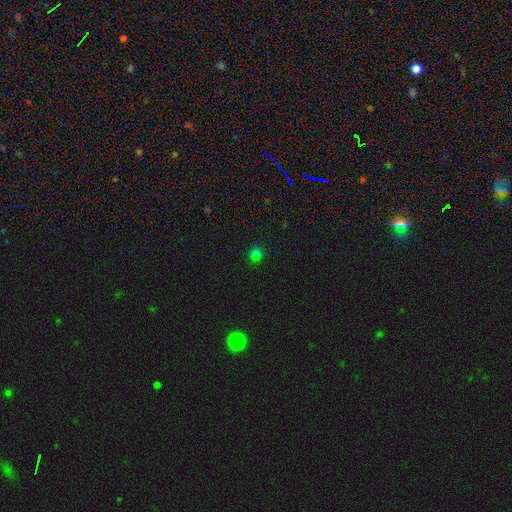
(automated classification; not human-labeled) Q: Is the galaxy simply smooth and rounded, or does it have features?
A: smooth — 70%.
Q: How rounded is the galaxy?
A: round — 84%.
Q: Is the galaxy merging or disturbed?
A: none — 87%.